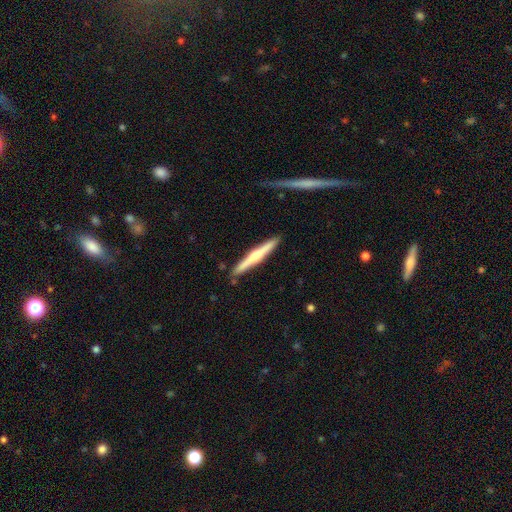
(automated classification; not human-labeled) This is possibly a featured or disk galaxy (59%). It is clearly viewed edge-on (97%). Edge-on bulge: likely rounded (73%). Merging: clearly none (88%).